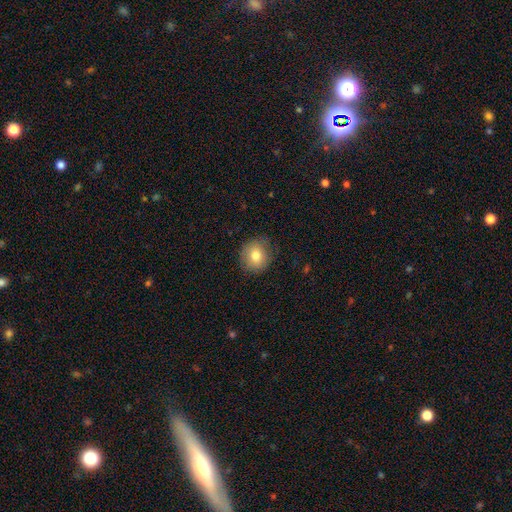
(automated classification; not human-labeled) Smooth or featured? Predicted: smooth (p=0.79). How rounded? Predicted: round (p=0.84). Merging? Predicted: none (p=0.83).